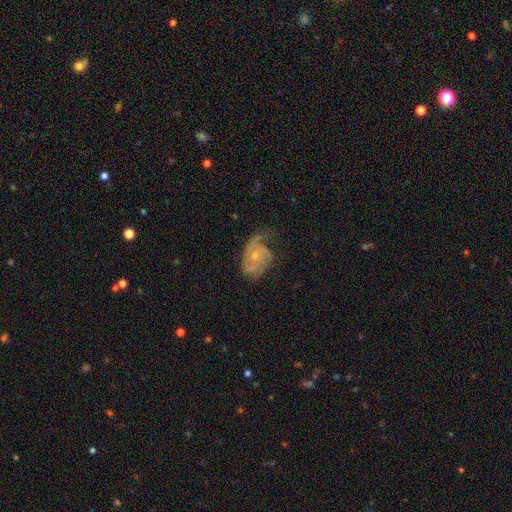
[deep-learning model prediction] smooth_or_featured: featured or disk (p=0.80) [alt: smooth p=0.14]
disk_edge_on: no (p=0.97) [alt: yes p=0.03]
bar: no (p=0.75) [alt: weak p=0.22]
has_spiral_arms: yes (p=0.93) [alt: no p=0.07]
spiral_winding: medium (p=0.43) [alt: tight p=0.34]
spiral_arm_count: 2 (p=0.47) [alt: 3 p=0.17]
bulge_size: small (p=0.63) [alt: moderate p=0.33]
merging: none (p=0.49) [alt: minor disturbance p=0.27]